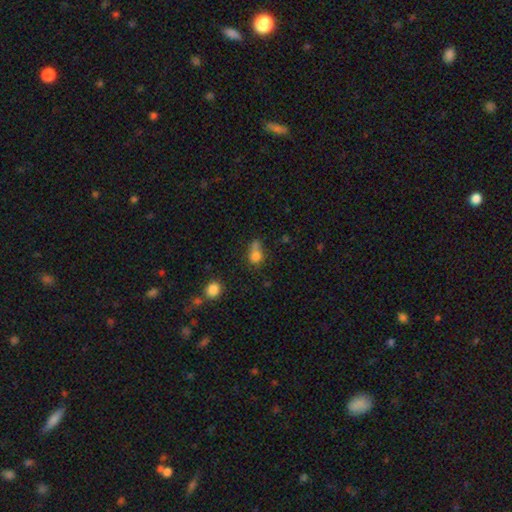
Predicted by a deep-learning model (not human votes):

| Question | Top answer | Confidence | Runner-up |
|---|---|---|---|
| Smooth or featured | smooth | 75% | star or artifact (13%) |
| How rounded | round | 54% | in between (43%) |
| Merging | none | 37% | merger (28%) |